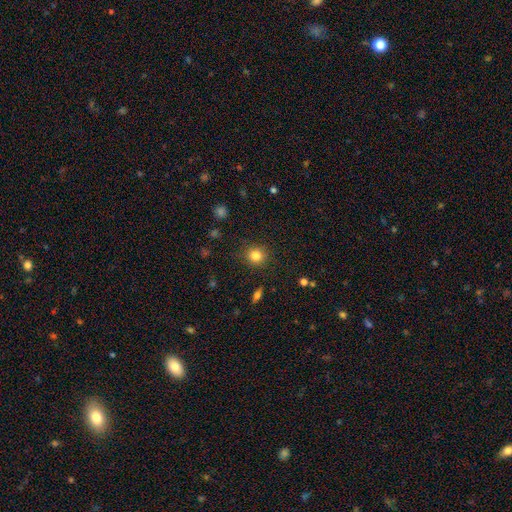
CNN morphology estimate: Smooth or featured?
  - smooth: 83% *
  - star or artifact: 11%
  - featured or disk: 5%
How rounded?
  - round: 87% *
  - in between: 12%
  - cigar-shaped: 1%
Merging?
  - none: 87% *
  - minor disturbance: 8%
  - major disturbance: 3%
  - merger: 1%